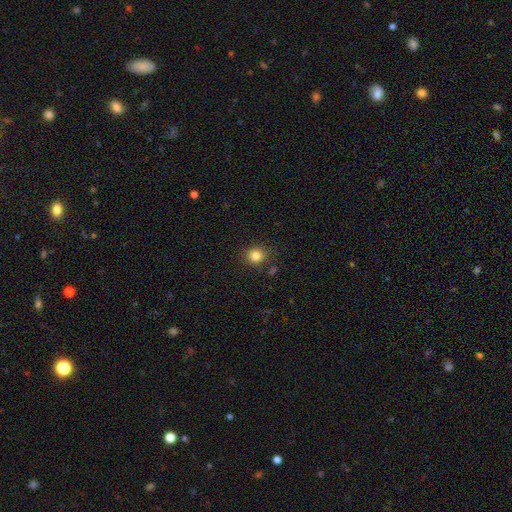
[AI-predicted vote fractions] This appears to be a smooth galaxy with no disk features (83%) that is round (80%). Merging: none (84%).